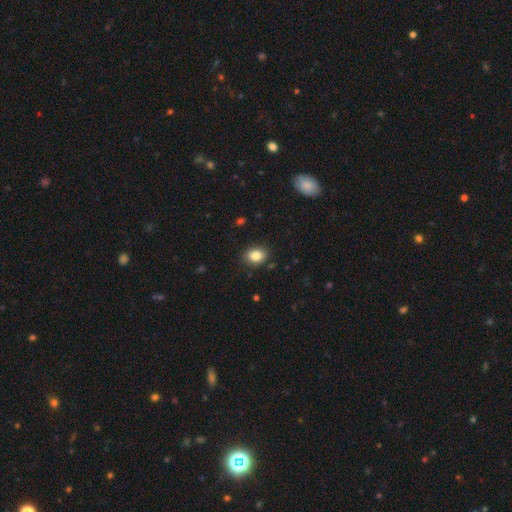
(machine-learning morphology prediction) smooth 85%, star or artifact 9%, featured or disk 6%. Down the decision tree: how rounded — in between (58%); merging — none (87%).